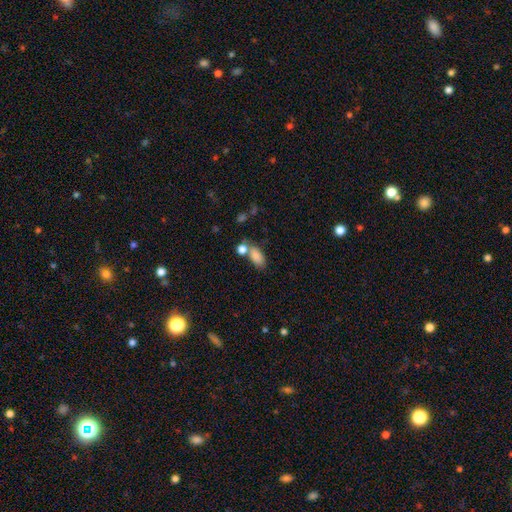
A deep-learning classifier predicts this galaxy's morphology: type=smooth (84%); roundness=in between (89%); merging=none (51%).